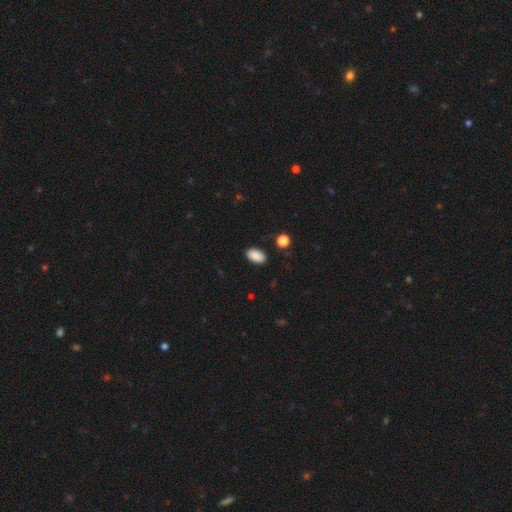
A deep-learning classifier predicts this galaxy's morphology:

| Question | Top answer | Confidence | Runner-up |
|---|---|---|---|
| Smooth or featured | smooth | 89% | star or artifact (8%) |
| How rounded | in between | 93% | round (6%) |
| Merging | none | 87% | minor disturbance (9%) |